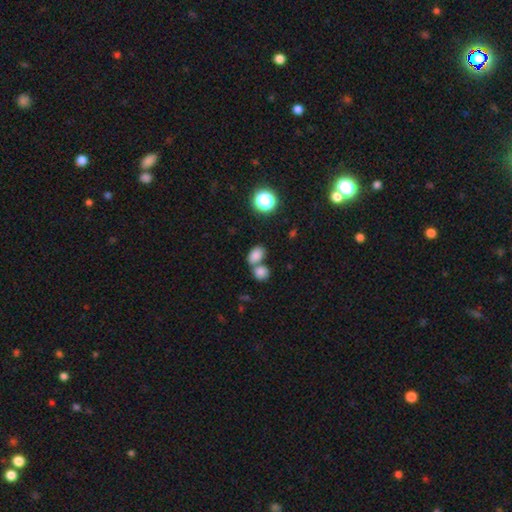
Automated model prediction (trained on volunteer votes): A smooth galaxy with no disk features (81%) that is in between round and cigar-shaped (77%). Merging: merger (44%).